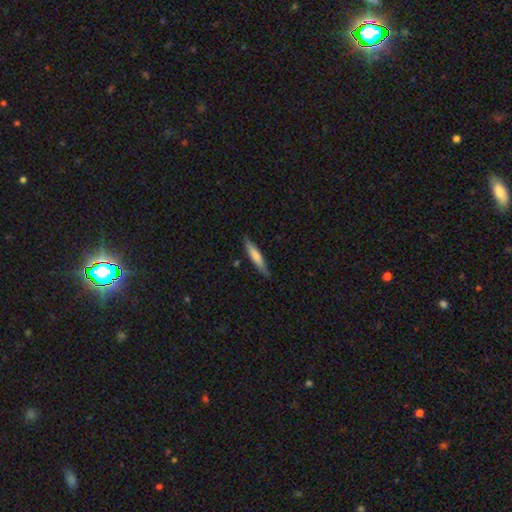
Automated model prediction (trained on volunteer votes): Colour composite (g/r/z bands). It shows a smooth galaxy with no disk features (69%) that is cigar-shaped (89%). Merging: none (85%).